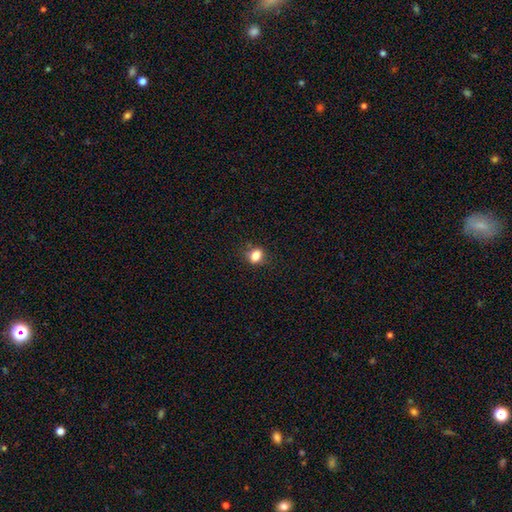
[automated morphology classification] Overall: smooth (81%). How rounded: in between (52%; round 46%). Merging: none (77%).